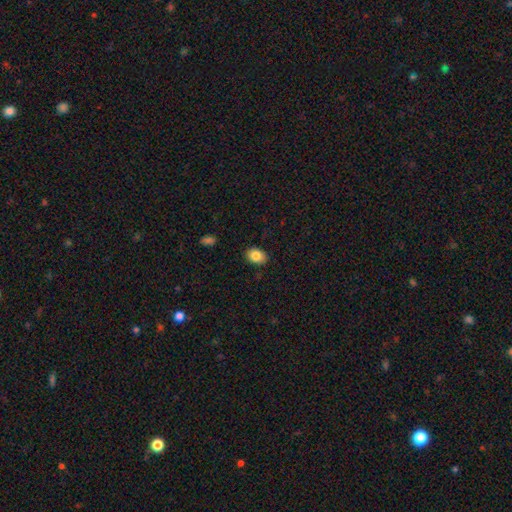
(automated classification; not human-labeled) A smooth galaxy with no disk features (84%) that is in between round and cigar-shaped (79%).

Vote fractions:
- Smooth or featured? smooth: 84% / star or artifact: 8% / featured or disk: 8%
- How rounded? in between: 79% / round: 20% / cigar-shaped: 1%
- Merging? none: 88% / minor disturbance: 9% / major disturbance: 2% / merger: 1%